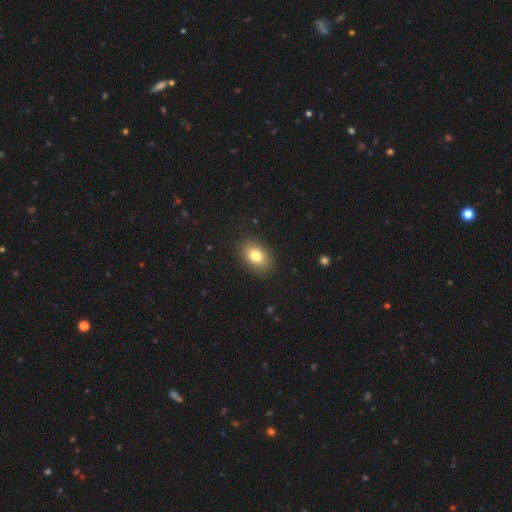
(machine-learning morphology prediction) type=smooth (80%); roundness=in between (80%); merging=none (88%).